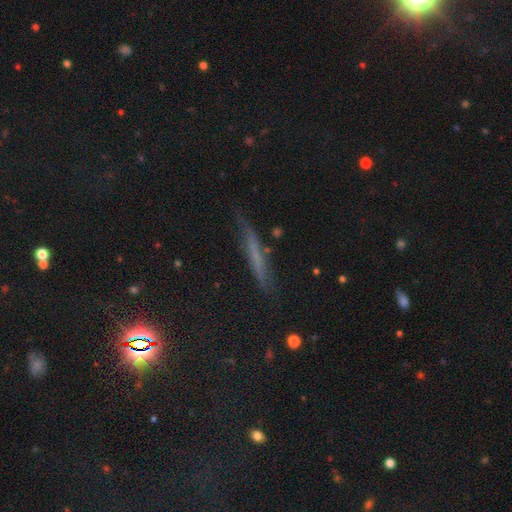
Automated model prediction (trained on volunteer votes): Morphology: type=smooth (46%); merging=none (77%).